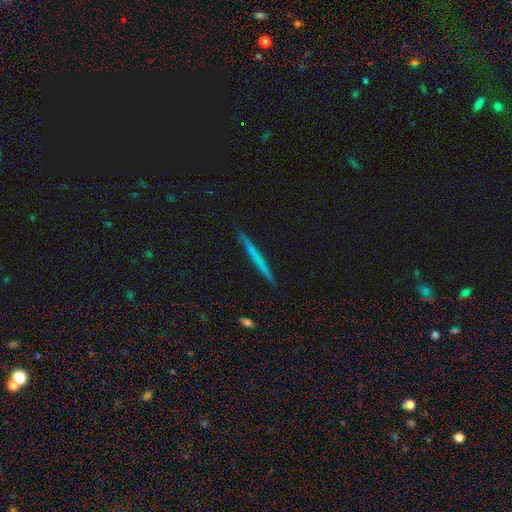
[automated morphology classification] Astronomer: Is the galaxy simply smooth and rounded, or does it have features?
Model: smooth — 47% (runner-up: featured or disk, 44%).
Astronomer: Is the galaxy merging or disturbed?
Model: none — 91%.